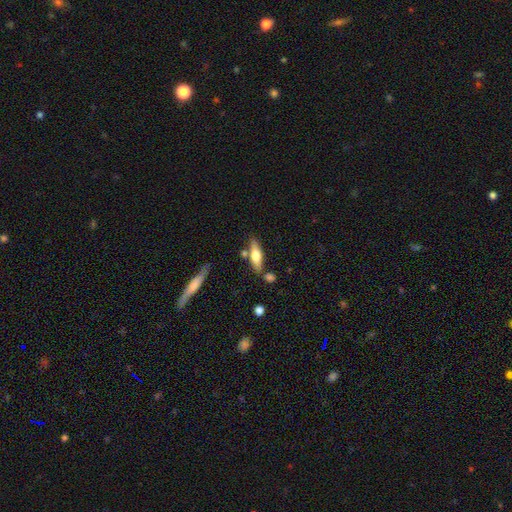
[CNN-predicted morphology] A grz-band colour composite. It shows a smooth galaxy with no disk features (50%) that is cigar-shaped (57%). Merging: none (72%).